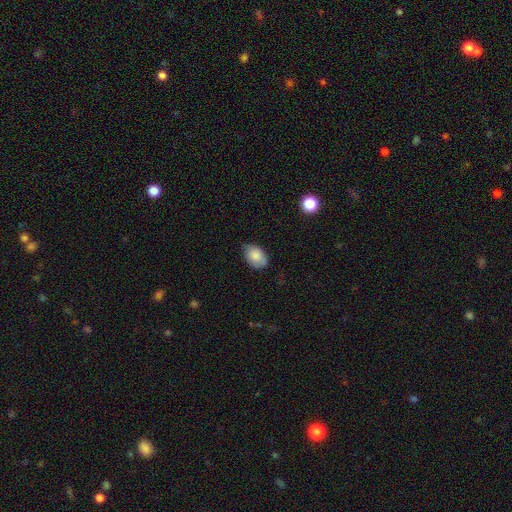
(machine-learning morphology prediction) This appears to be a smooth galaxy with no disk features (82%) that is in between round and cigar-shaped (84%). Merging: none (61%).